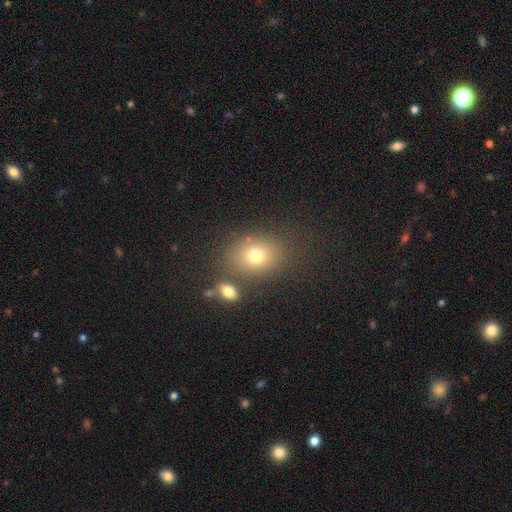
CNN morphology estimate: A smooth galaxy with no disk features (73%) that is in between round and cigar-shaped (59%).

Vote fractions:
- Smooth or featured? smooth: 73% / star or artifact: 14% / featured or disk: 13%
- How rounded? in between: 59% / round: 40% / cigar-shaped: 1%
- Merging? none: 72% / minor disturbance: 12% / merger: 11% / major disturbance: 5%